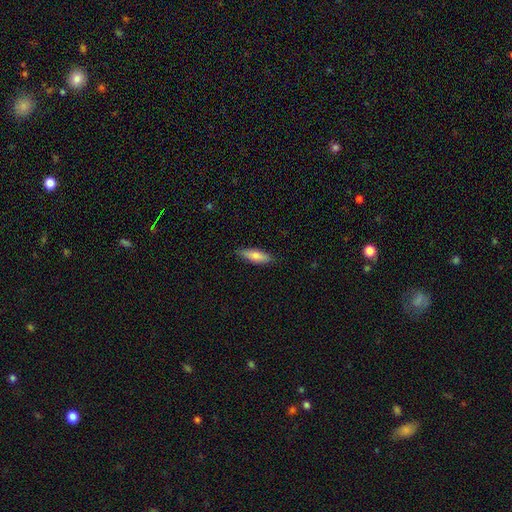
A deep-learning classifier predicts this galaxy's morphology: Smooth or featured: smooth — 77% (featured or disk — 17%)
How rounded: cigar-shaped — 50% (in between — 48%)
Merging: none — 86% (minor disturbance — 11%)